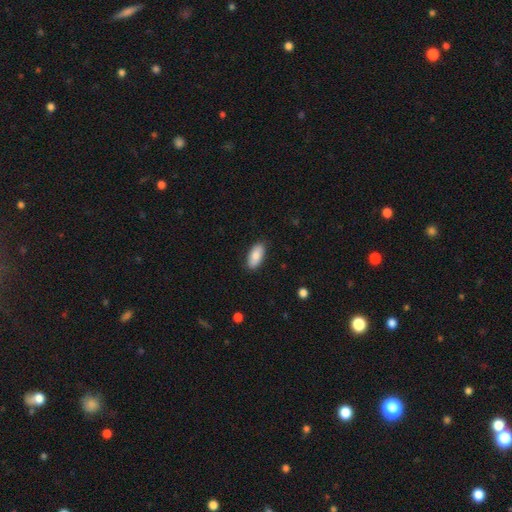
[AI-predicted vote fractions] The model was most divided on "smooth or featured": smooth: 85%, featured or disk: 9%, star or artifact: 6%. More confident: how rounded — in between (89%); merging — none (87%).